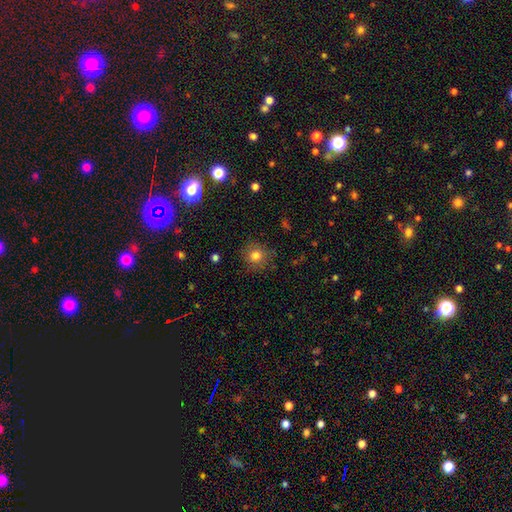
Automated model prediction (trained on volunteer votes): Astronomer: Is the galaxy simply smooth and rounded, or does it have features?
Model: smooth — 80%.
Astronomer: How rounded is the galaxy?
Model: round — 90%.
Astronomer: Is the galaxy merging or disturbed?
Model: none — 85%.